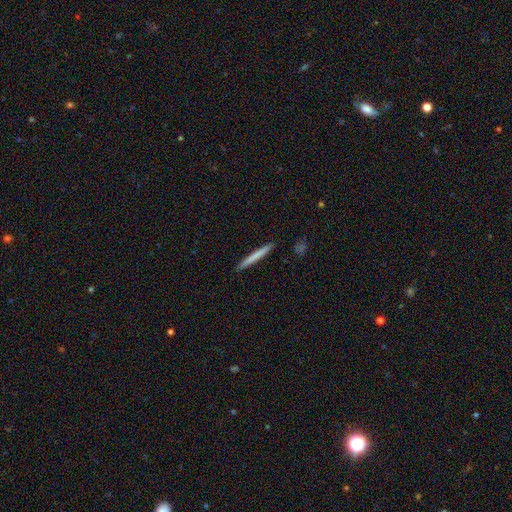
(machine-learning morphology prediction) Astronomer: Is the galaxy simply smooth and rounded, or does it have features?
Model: smooth — 70%.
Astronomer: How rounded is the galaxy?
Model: cigar-shaped — 97%.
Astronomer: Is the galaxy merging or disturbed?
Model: none — 92%.